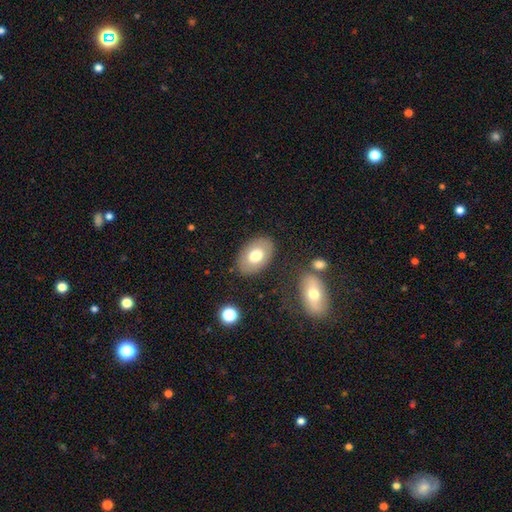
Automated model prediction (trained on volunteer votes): smooth 70%, featured or disk 23%, star or artifact 7%. Down the decision tree: how rounded — in between (88%); merging — none (83%).